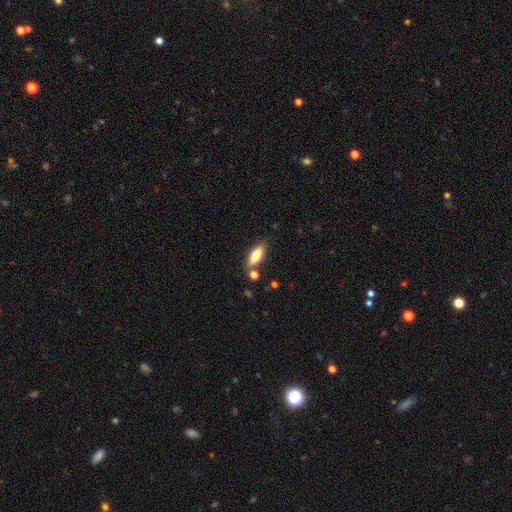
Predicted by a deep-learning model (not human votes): A smooth galaxy with no disk features (79%) that is in between round and cigar-shaped (71%). Merging: none (75%).